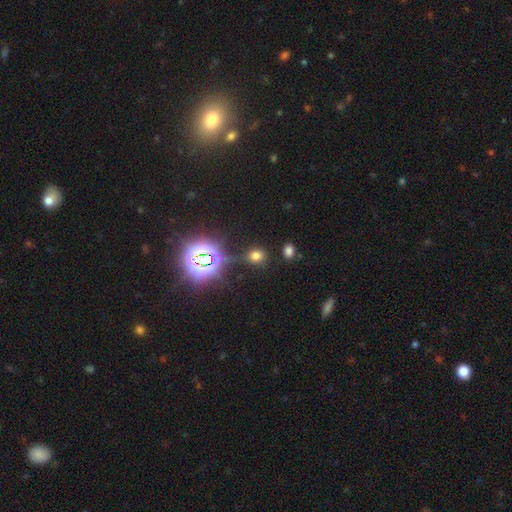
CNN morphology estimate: Overall: smooth (61%; star or artifact 32%). How rounded: round (67%; in between 31%). Merging: none (74%).